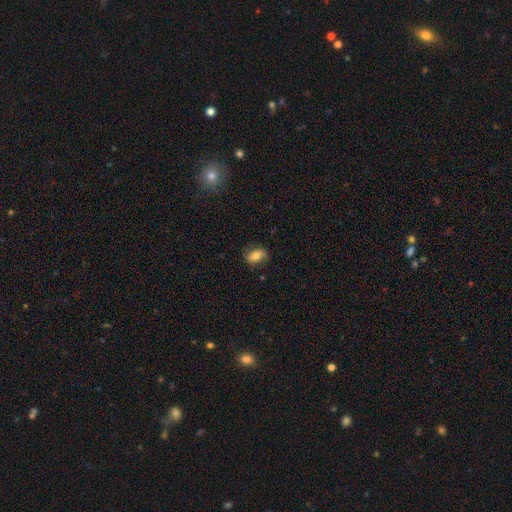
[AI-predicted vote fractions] A smooth galaxy with no disk features (74%) that is in between round and cigar-shaped (77%). Merging: none (80%).